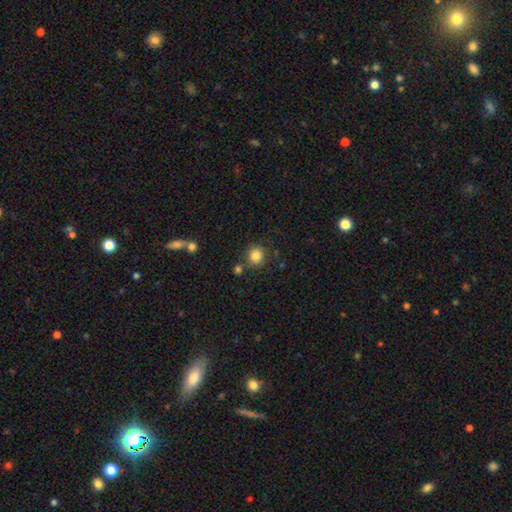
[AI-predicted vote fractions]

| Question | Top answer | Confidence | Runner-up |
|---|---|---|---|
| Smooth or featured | smooth | 84% | star or artifact (11%) |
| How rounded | round | 87% | in between (12%) |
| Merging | none | 79% | minor disturbance (9%) |